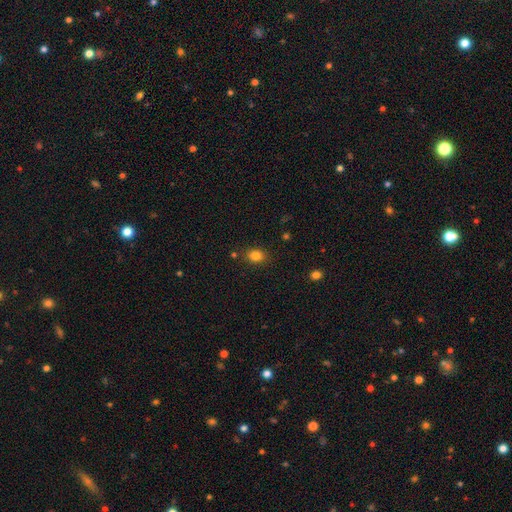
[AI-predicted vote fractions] Smooth or featured?
  - smooth: 83% *
  - star or artifact: 12%
  - featured or disk: 6%
How rounded?
  - in between: 58% *
  - round: 41%
  - cigar-shaped: 1%
Merging?
  - none: 83% *
  - minor disturbance: 11%
  - merger: 3%
  - major disturbance: 3%